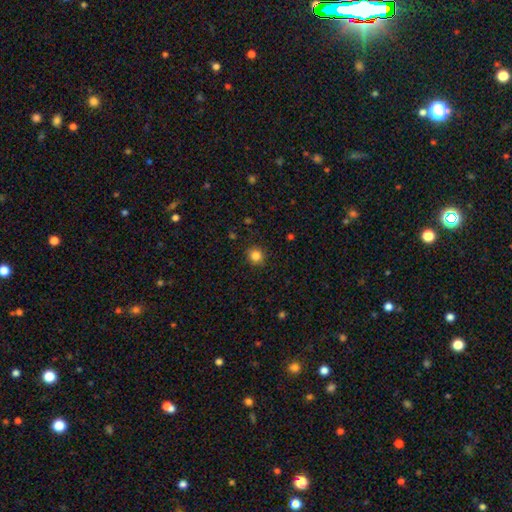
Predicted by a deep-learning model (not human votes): Morphology: type=smooth (84%); roundness=round (88%); merging=none (90%).